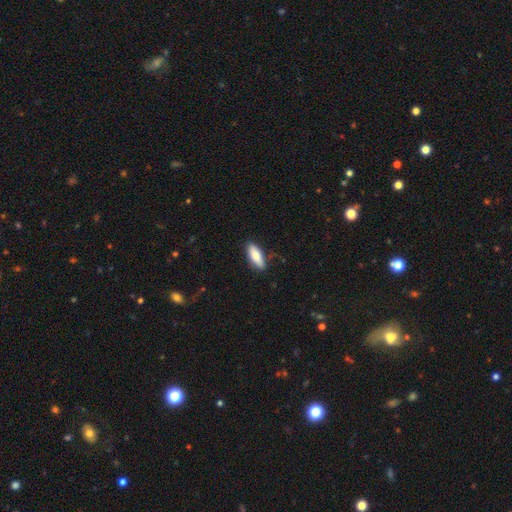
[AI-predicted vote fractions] This appears to be a smooth galaxy with no disk features (78%) that is in between round and cigar-shaped (68%). Merging: none (81%).